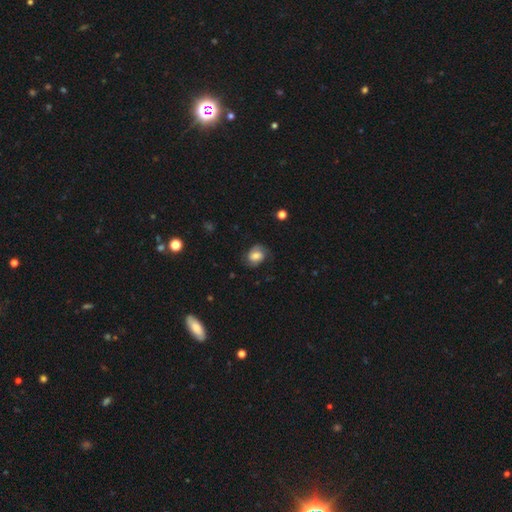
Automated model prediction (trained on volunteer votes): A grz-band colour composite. It shows a smooth galaxy with no disk features (52%) that is in between round and cigar-shaped (62%). Merging: none (68%).